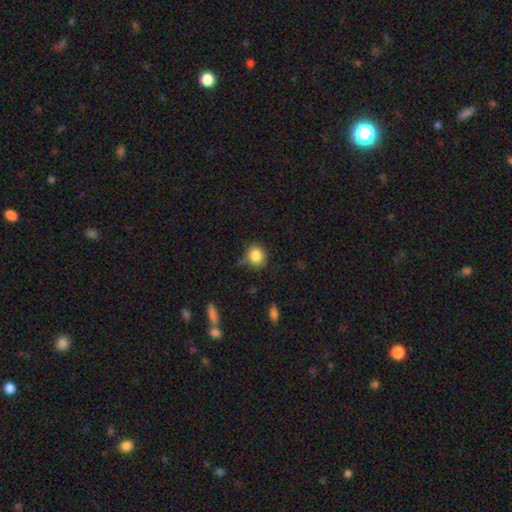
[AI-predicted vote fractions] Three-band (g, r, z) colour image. It shows a smooth galaxy with no disk features (83%) that is round (84%). Merging: none (74%).